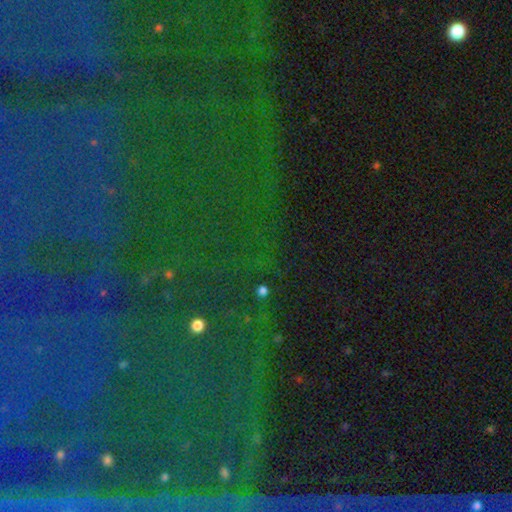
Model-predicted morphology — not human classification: This is clearly a star or artifact rather than a galaxy (82%).